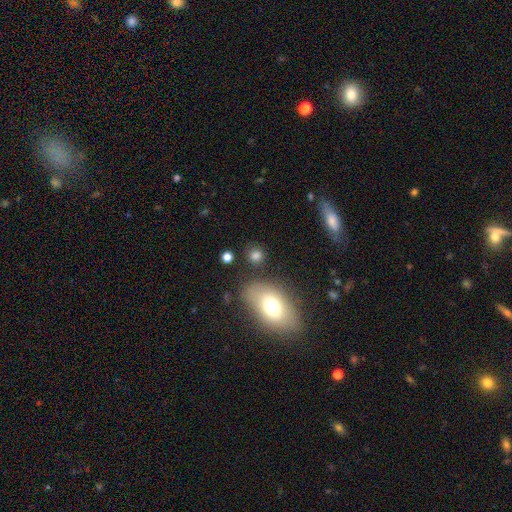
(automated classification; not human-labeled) Smooth or featured?
  - smooth: 78% *
  - star or artifact: 14%
  - featured or disk: 8%
How rounded?
  - round: 76% *
  - in between: 22%
  - cigar-shaped: 2%
Merging?
  - none: 78% *
  - minor disturbance: 11%
  - merger: 6%
  - major disturbance: 5%